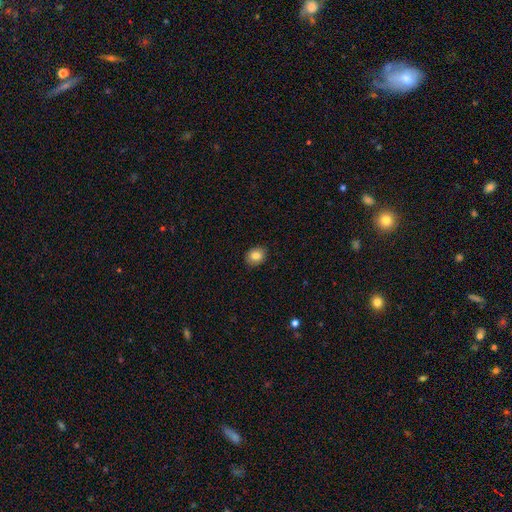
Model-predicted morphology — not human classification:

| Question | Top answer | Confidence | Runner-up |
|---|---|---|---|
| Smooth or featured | smooth | 84% | star or artifact (9%) |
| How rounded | round | 59% | in between (41%) |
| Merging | none | 88% | minor disturbance (9%) |